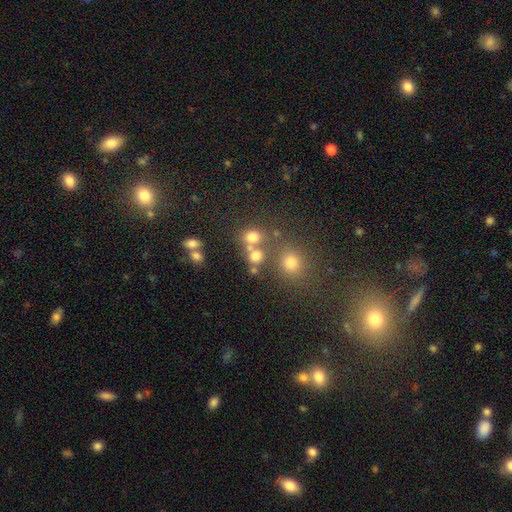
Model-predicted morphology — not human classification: Smooth or featured? Predicted: smooth (p=0.71). How rounded? Predicted: round (p=0.78). Merging? Predicted: none (p=0.52).